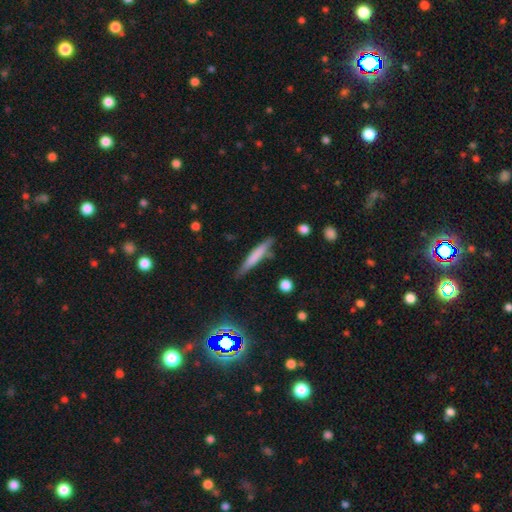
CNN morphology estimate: Smooth or featured? smooth (64%)
How rounded? cigar-shaped (92%)
Merging? none (76%)